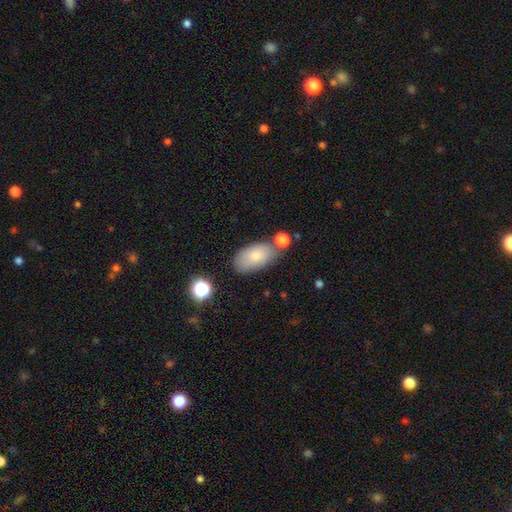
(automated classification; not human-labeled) smooth 77%, featured or disk 16%, star or artifact 7%. Down the decision tree: how rounded — in between (94%); merging — none (63%).